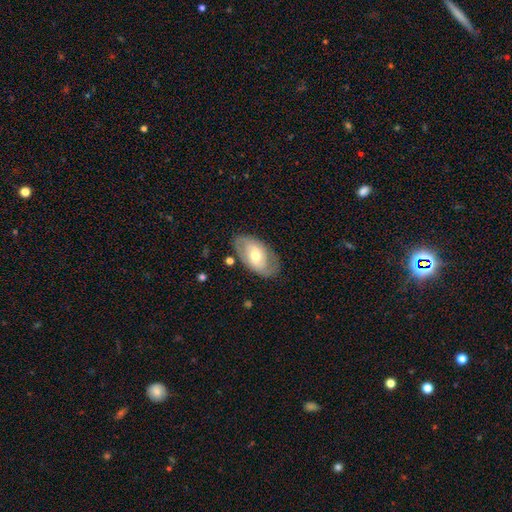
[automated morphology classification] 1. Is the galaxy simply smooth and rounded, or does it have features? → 61% featured or disk, 33% smooth, 6% star or artifact.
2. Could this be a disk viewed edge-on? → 92% no, 8% yes.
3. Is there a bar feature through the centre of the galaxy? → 48% no, 39% weak, 13% strong.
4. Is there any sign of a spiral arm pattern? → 68% yes, 32% no.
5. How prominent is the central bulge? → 68% moderate, 24% small, 5% large, 1% none, 1% dominant.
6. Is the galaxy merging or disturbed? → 76% none, 17% minor disturbance, 6% major disturbance, 2% merger.